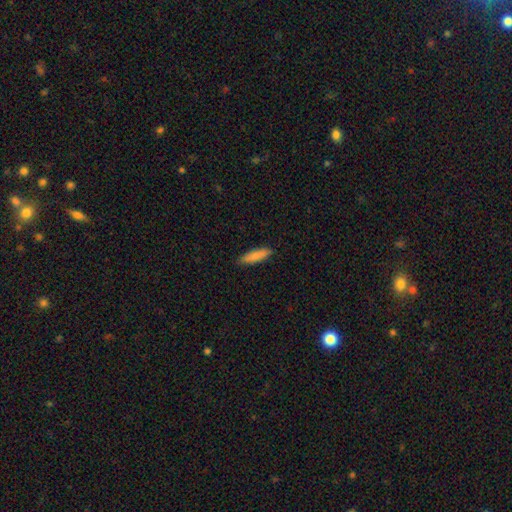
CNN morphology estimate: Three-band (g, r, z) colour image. It shows a smooth galaxy with no disk features (86%) that is cigar-shaped (72%). Merging: none (89%).